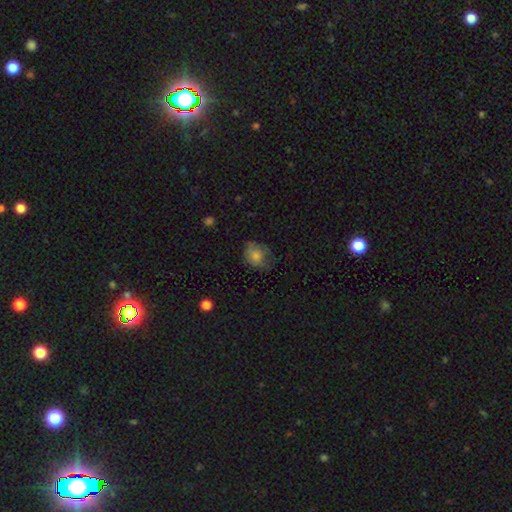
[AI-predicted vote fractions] This appears to be a smooth galaxy with no disk features (74%) that is round (53%). Merging: none (52%).